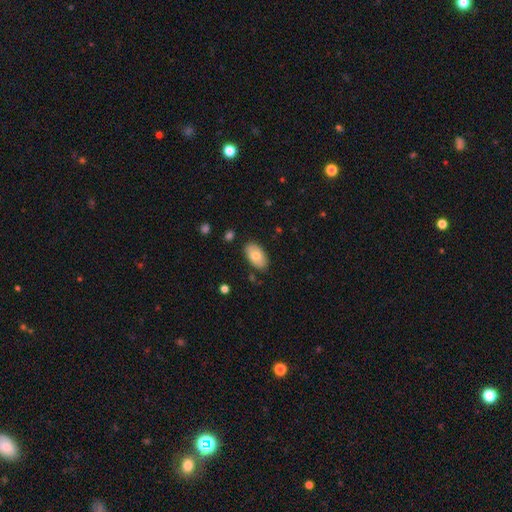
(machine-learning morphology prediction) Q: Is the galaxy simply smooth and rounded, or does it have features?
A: smooth — 70%.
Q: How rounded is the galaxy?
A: in between — 94%.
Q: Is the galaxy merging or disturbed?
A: none — 83%.